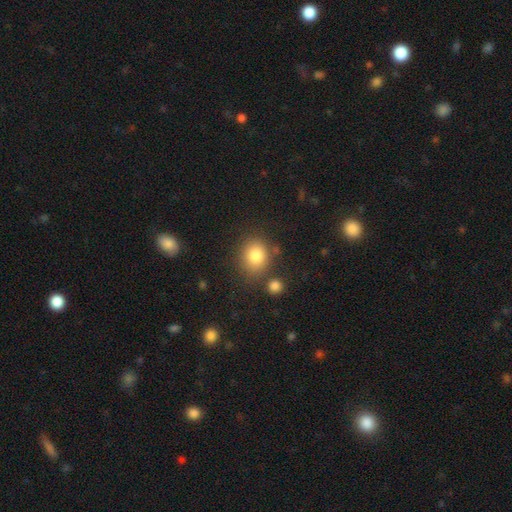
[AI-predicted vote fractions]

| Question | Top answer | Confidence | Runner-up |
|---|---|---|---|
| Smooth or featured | smooth | 82% | star or artifact (10%) |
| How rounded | round | 69% | in between (30%) |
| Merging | none | 74% | minor disturbance (12%) |